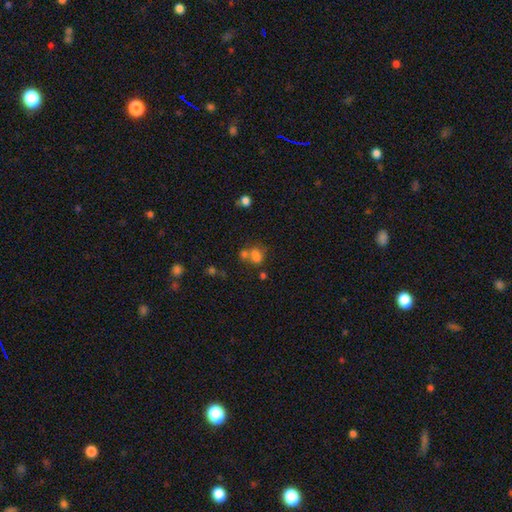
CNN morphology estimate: A smooth galaxy with no disk features (67%) that is in between round and cigar-shaped (57%).

Vote fractions:
- Smooth or featured? smooth: 67% / star or artifact: 17% / featured or disk: 15%
- How rounded? in between: 57% / round: 41% / cigar-shaped: 2%
- Merging? merger: 46% / none: 33% / minor disturbance: 12% / major disturbance: 9%